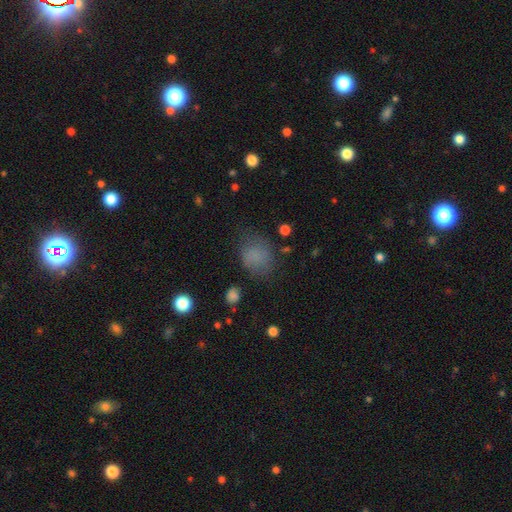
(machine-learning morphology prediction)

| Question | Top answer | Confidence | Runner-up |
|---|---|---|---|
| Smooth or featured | smooth | 76% | star or artifact (14%) |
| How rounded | round | 50% | in between (49%) |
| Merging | none | 62% | minor disturbance (23%) |